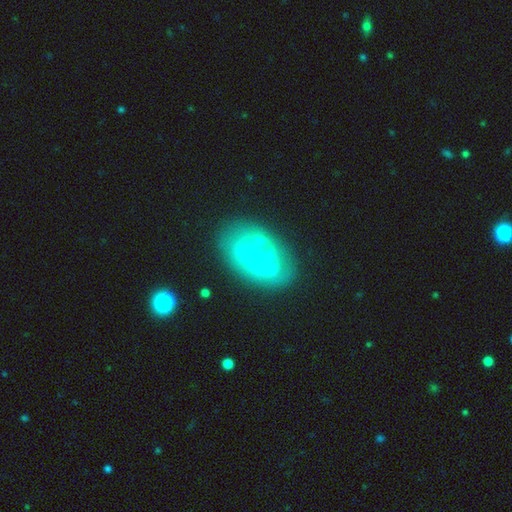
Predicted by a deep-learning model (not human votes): This is likely a featured or disk galaxy (70%). It is clearly not viewed edge-on (96%). Bar: possibly no (53%). Spiral arm pattern: possibly yes (55%). Central bulge: marginally small (44%). Merging: likely none (66%).